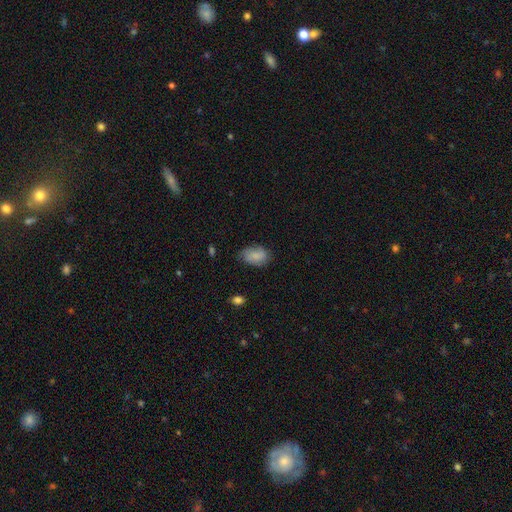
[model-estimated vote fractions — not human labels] smooth_or_featured: smooth (p=0.80) [alt: featured or disk p=0.13]
how_rounded: in between (p=0.89) [alt: round p=0.10]
merging: none (p=0.69) [alt: minor disturbance p=0.24]